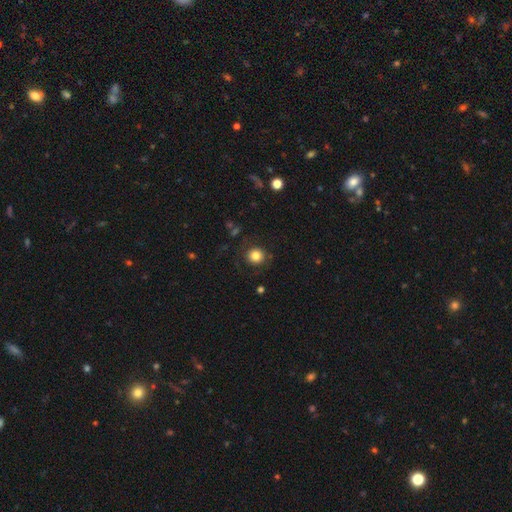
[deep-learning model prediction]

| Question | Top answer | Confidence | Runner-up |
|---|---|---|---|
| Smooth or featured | smooth | 83% | star or artifact (11%) |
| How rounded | round | 92% | in between (7%) |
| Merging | none | 86% | minor disturbance (9%) |